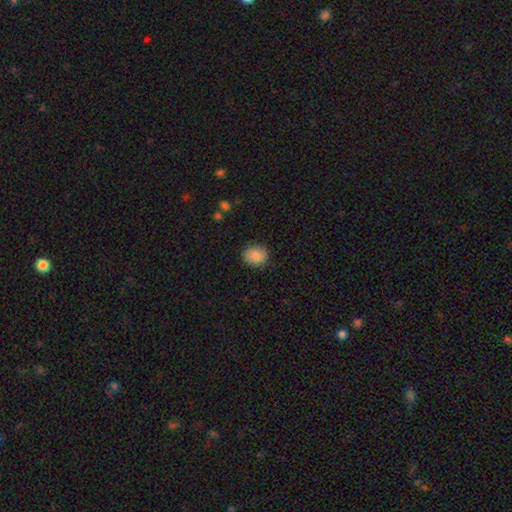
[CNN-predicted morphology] This appears to be a smooth galaxy with no disk features (87%) that is round (72%). Merging: none (86%).